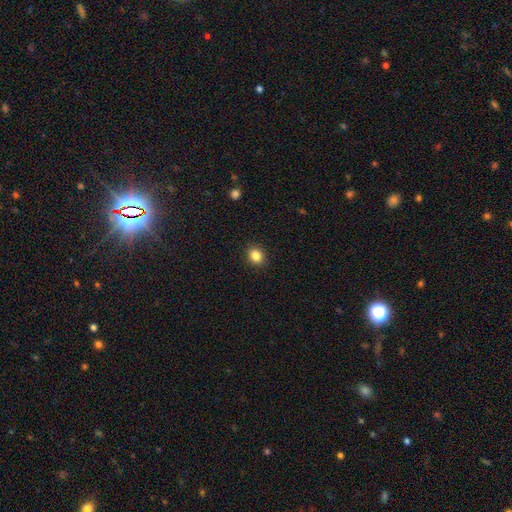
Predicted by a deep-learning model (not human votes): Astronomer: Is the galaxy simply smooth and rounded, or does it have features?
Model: smooth — 85%.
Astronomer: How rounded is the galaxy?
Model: round — 63%.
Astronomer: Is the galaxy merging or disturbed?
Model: none — 90%.